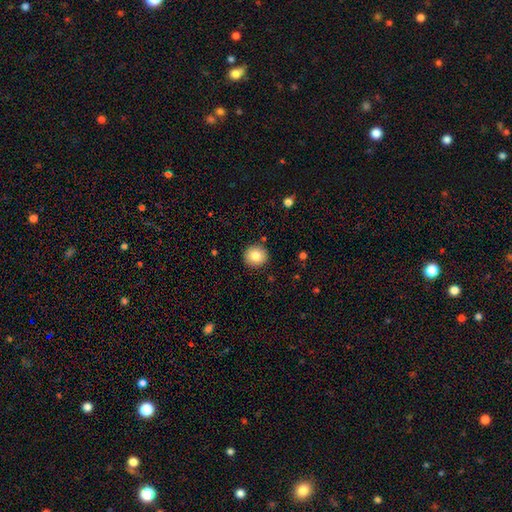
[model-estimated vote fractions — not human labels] A smooth galaxy with no disk features (82%) that is round (93%). Merging: none (90%).